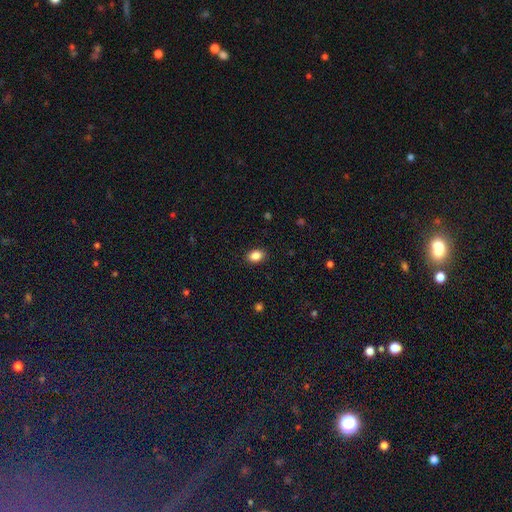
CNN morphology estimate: type=smooth (86%); roundness=in between (76%); merging=none (89%).